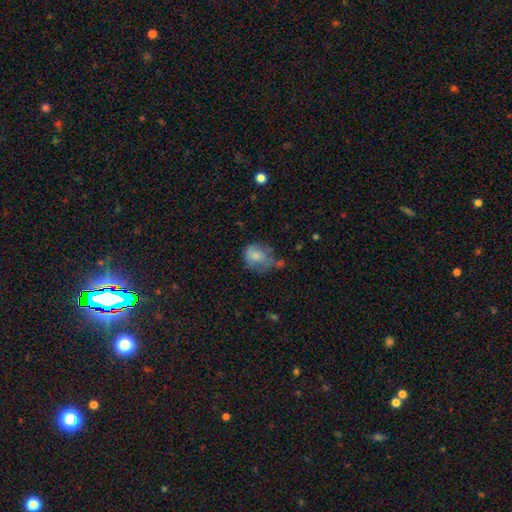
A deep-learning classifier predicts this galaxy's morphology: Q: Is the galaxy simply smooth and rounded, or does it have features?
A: smooth — 67%.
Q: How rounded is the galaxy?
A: in between — 54%.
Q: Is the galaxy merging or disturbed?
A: minor disturbance — 34%.